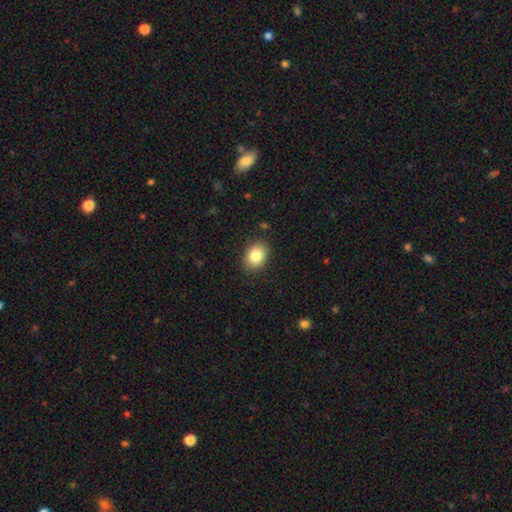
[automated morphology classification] Smooth or featured? smooth (85%)
How rounded? in between (67%)
Merging? none (86%)